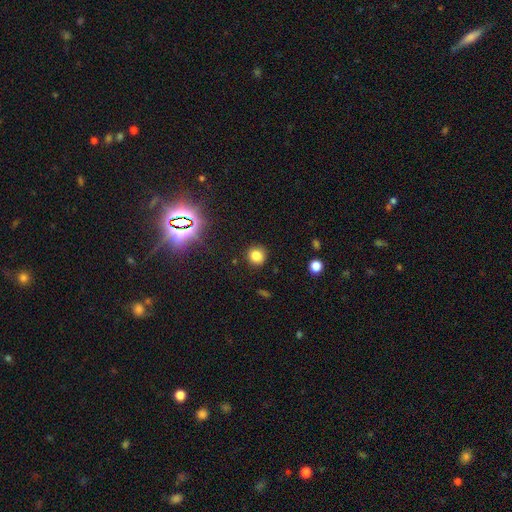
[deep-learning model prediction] Q: Smooth or featured?
A: smooth (78%); runner-up: star or artifact (16%)
Q: How rounded?
A: round (90%); runner-up: in between (9%)
Q: Merging?
A: none (89%); runner-up: minor disturbance (7%)